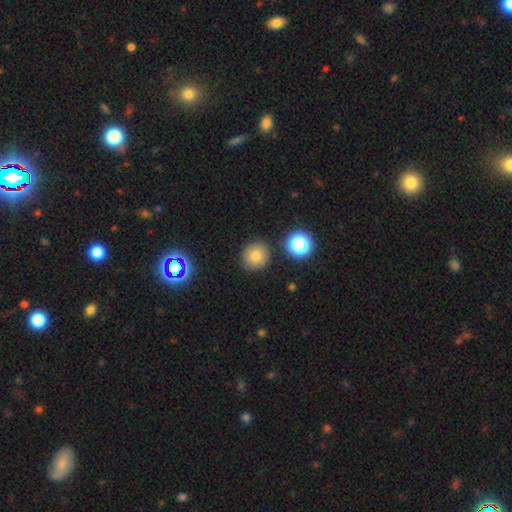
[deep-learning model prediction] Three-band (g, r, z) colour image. It shows a smooth galaxy with no disk features (78%) that is round (92%). Merging: none (87%).